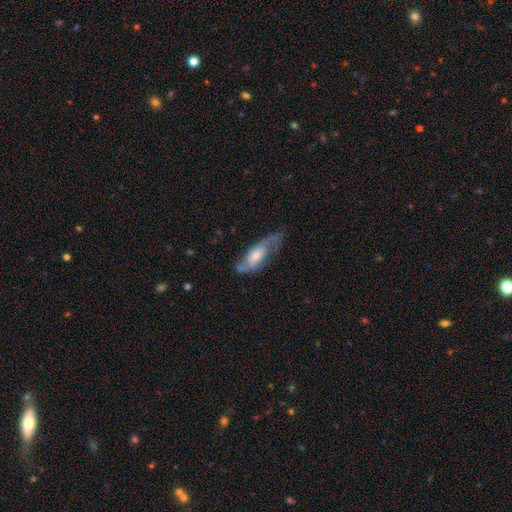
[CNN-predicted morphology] This is likely a featured or disk galaxy (65%). It is clearly not viewed edge-on (80%). Bar: likely no (62%). Spiral arm pattern: likely yes (80%). Central bulge: possibly moderate (55%). Merging: possibly none (54%).